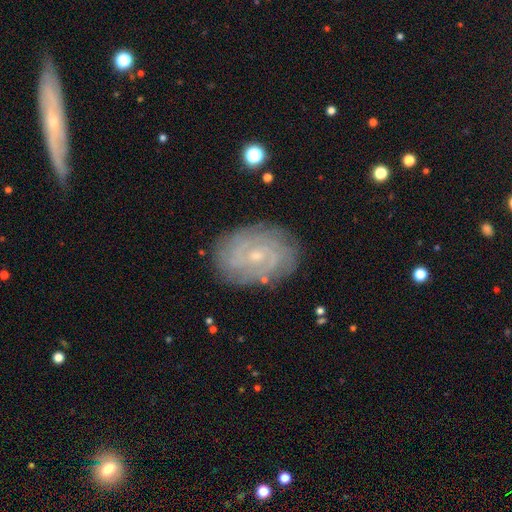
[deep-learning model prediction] Overall: featured or disk (81%). Edge-on disk: no (97%). Bar: no (57%; weak 36%). Spiral arms: yes (95%). Spiral arm count: can't tell (38%; 2 24%). Spiral winding: tight (71%). Bulge size: small (79%). Merging: none (82%).